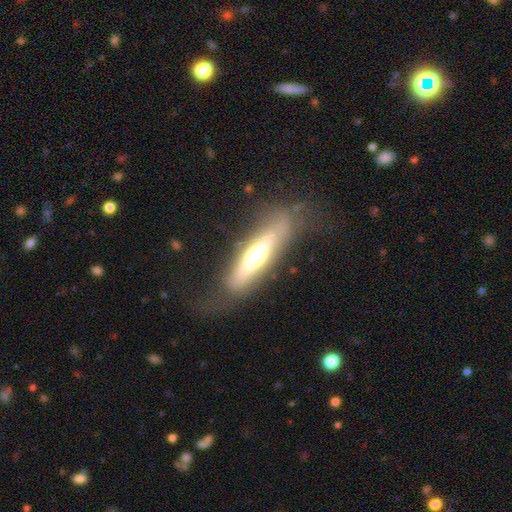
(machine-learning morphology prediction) Smooth or featured? featured or disk (51%)
Edge-on disk? yes (69%)
Merging? none (65%)